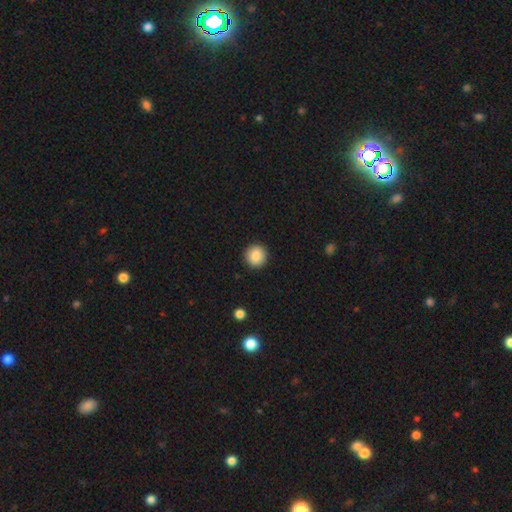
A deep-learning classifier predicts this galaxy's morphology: This appears to be a smooth galaxy with no disk features (88%) that is round (94%). Merging: none (92%).